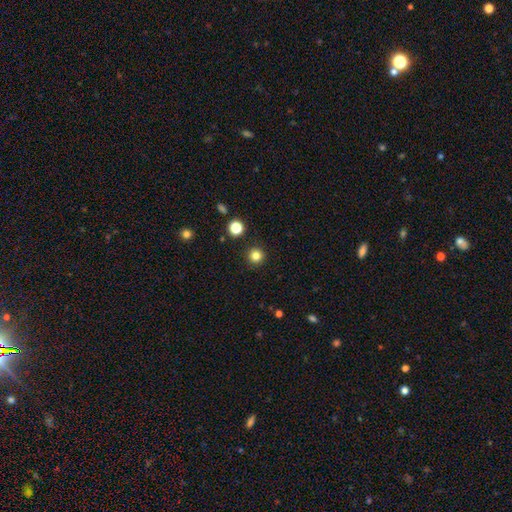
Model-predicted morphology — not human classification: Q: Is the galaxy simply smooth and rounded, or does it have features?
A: smooth — 82%.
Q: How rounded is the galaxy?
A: round — 96%.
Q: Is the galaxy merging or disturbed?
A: none — 92%.